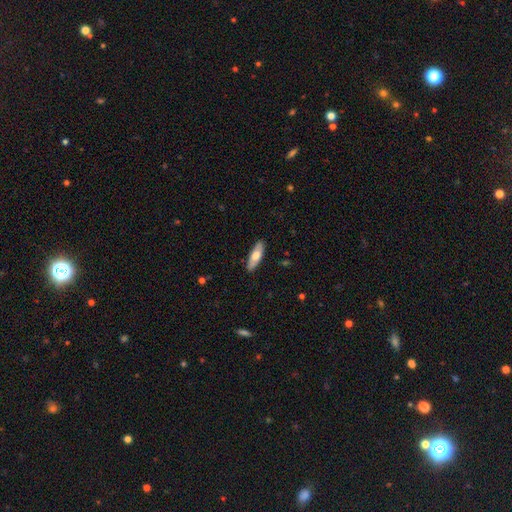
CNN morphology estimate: Smooth or featured? Predicted: smooth (p=0.63). How rounded? Predicted: in between (p=0.58). Merging? Predicted: none (p=0.87).